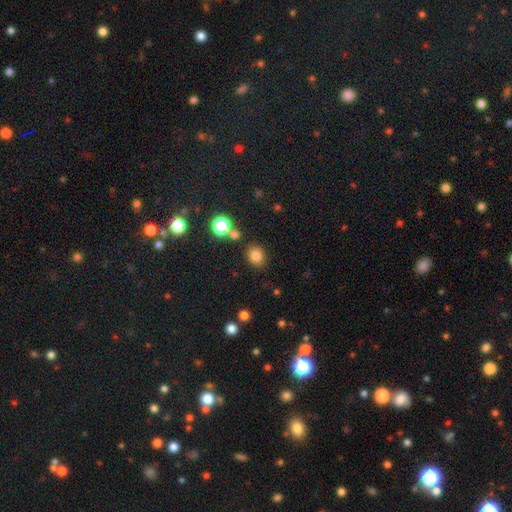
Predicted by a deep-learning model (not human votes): This appears to be a smooth galaxy with no disk features (80%) that is round (63%). Merging: none (83%).